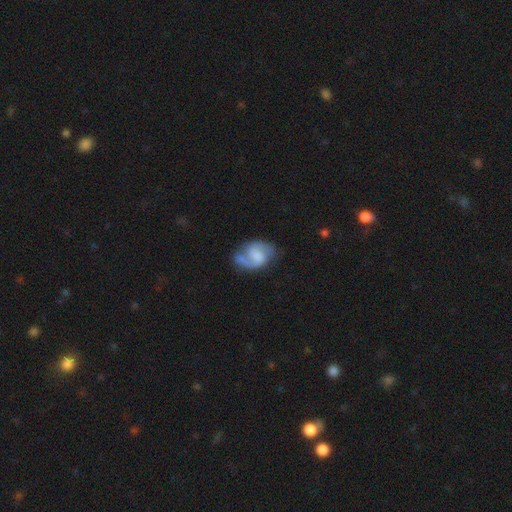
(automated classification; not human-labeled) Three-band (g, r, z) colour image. It shows a featured or disk galaxy (70%) with a weak bar (52%), 2 (77%) medium (49%) spiral arms (91%) and a small central bulge (31%). Merging: none (57%).